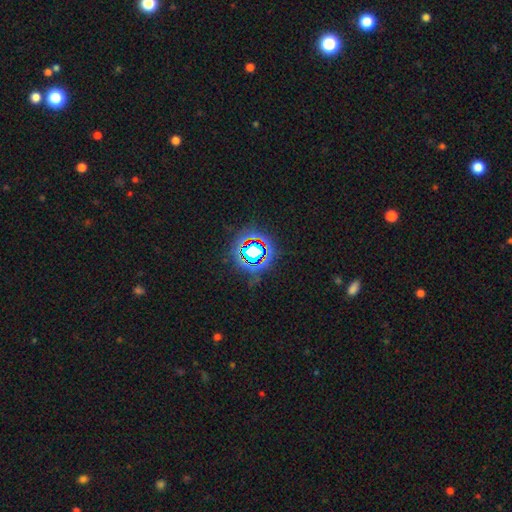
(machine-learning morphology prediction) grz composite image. It shows a star or artifact, not a galaxy (80%).